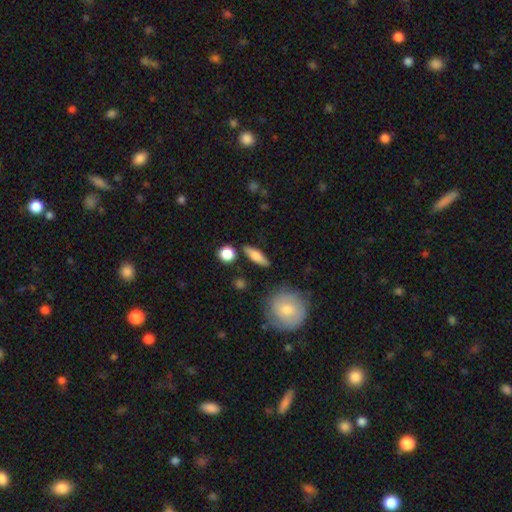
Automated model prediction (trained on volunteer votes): A smooth galaxy with no disk features (63%) that is cigar-shaped (51%).

Vote fractions:
- Smooth or featured? smooth: 63% / featured or disk: 30% / star or artifact: 7%
- How rounded? cigar-shaped: 51% / in between: 42% / round: 7%
- Merging? none: 84% / minor disturbance: 10% / merger: 4% / major disturbance: 3%